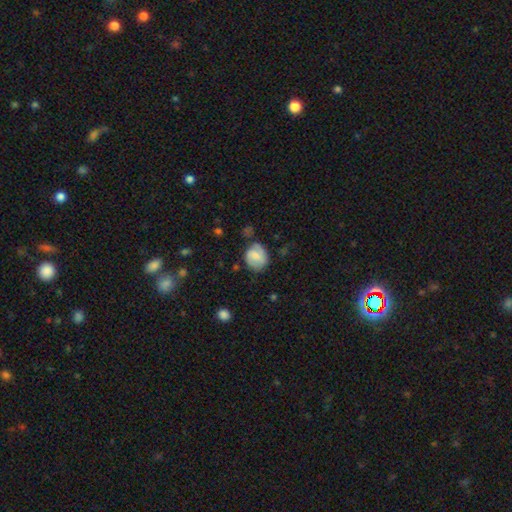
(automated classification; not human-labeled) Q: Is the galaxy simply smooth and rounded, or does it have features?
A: smooth — 51%.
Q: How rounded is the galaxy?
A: round — 64%.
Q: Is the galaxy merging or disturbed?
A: none — 65%.